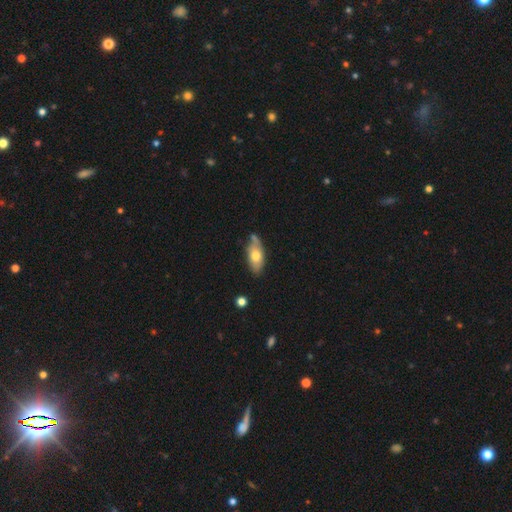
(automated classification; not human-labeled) Smooth or featured? Predicted: smooth (p=0.66). How rounded? Predicted: in between (p=0.86). Merging? Predicted: none (p=0.59).